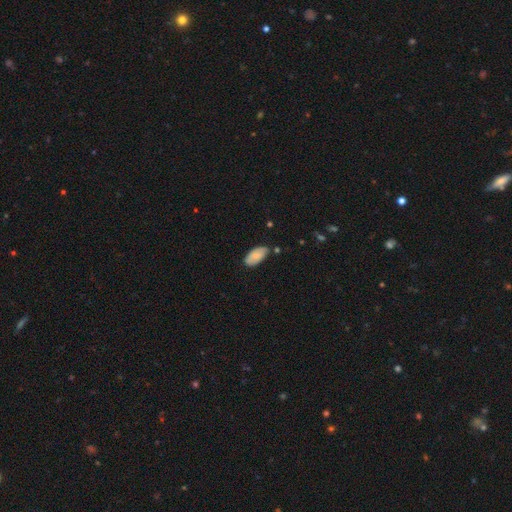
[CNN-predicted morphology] A smooth galaxy with no disk features (79%) that is in between round and cigar-shaped (93%). Merging: none (71%).